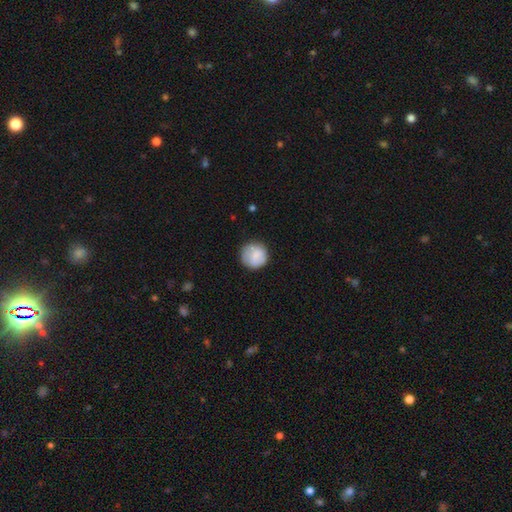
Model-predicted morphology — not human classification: Smooth or featured?
  - smooth: 78% *
  - featured or disk: 16%
  - star or artifact: 7%
How rounded?
  - round: 92% *
  - in between: 7%
  - cigar-shaped: 1%
Merging?
  - none: 79% *
  - minor disturbance: 15%
  - major disturbance: 5%
  - merger: 1%